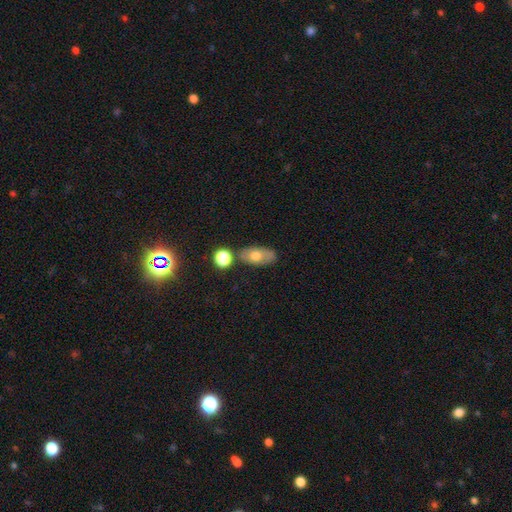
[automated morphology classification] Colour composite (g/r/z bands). It shows a smooth galaxy with no disk features (66%) that is in between round and cigar-shaped (87%). Merging: none (70%).